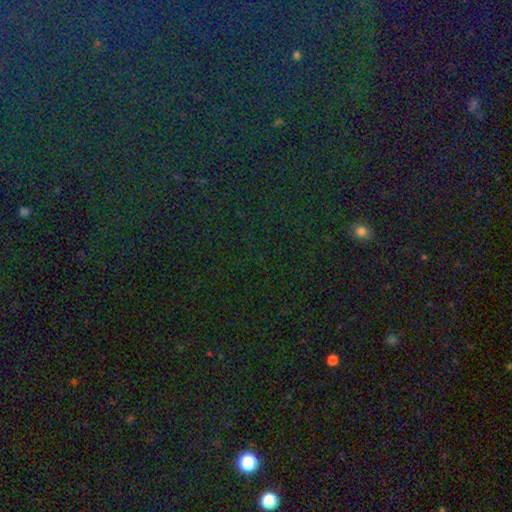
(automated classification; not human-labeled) star or artifact 82%, smooth 11%, featured or disk 7%.